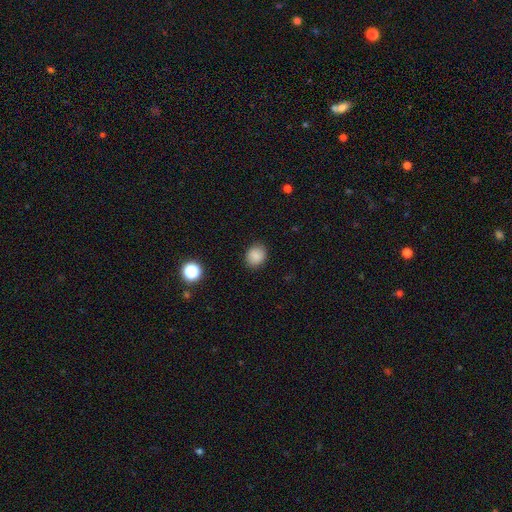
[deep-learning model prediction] Morphology: type=smooth (86%); roundness=round (64%); merging=none (87%).